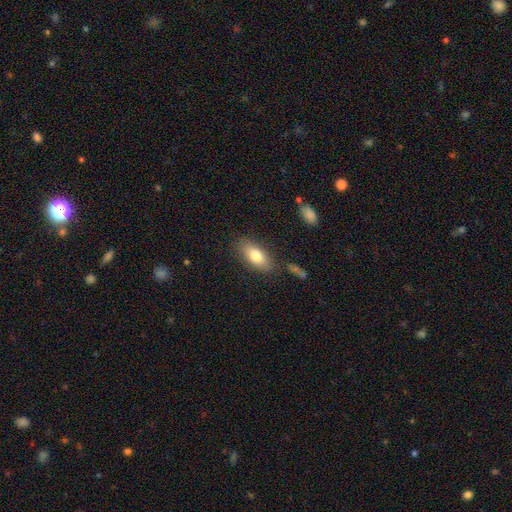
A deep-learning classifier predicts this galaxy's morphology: Smooth or featured: smooth — 77% (featured or disk — 16%)
How rounded: in between — 84% (cigar-shaped — 12%)
Merging: none — 81% (minor disturbance — 13%)